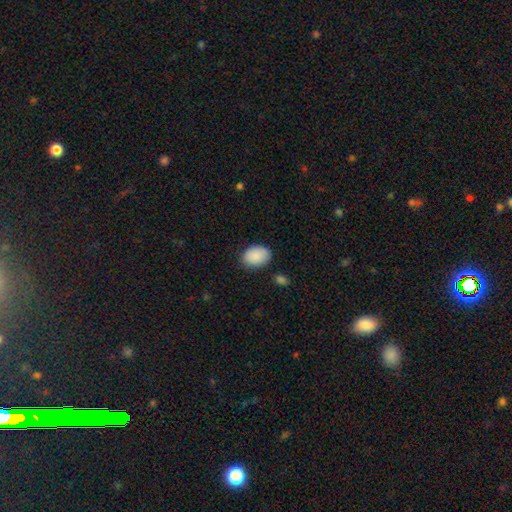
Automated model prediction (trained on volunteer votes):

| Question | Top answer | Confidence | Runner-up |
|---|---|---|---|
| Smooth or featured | smooth | 89% | star or artifact (6%) |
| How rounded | in between | 83% | round (16%) |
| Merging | none | 81% | minor disturbance (14%) |